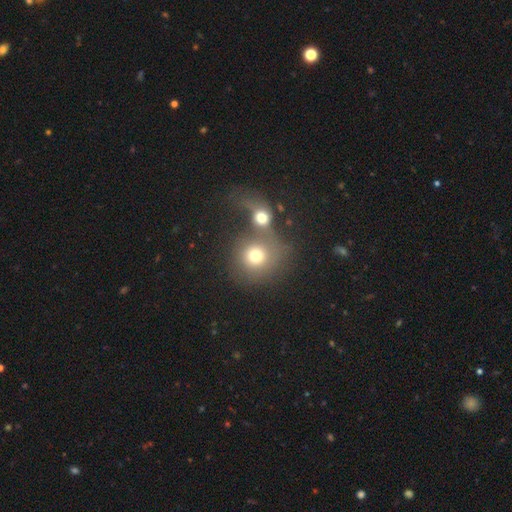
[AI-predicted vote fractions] Smooth or featured? Predicted: smooth (p=0.70). How rounded? Predicted: round (p=0.84). Merging? Predicted: merger (p=0.60).